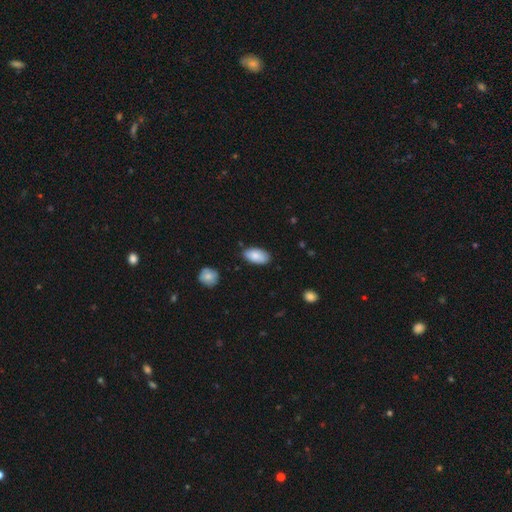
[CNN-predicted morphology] A smooth galaxy with no disk features (85%) that is in between round and cigar-shaped (94%). Merging: none (80%).